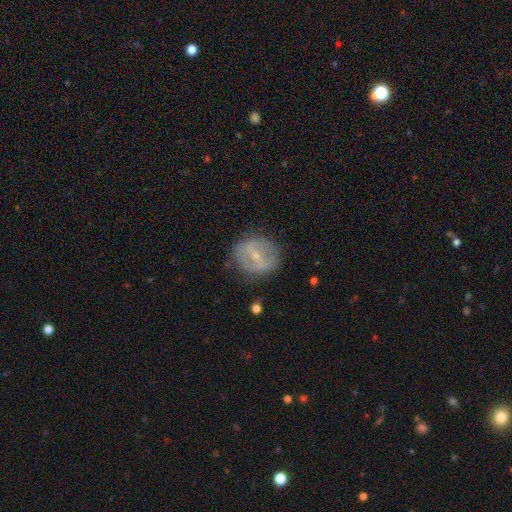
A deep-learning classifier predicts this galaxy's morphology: Smooth or featured? featured or disk (59%)
Edge-on disk? no (93%)
Bar? weak (40%)
Spiral arms? no (68%)
Bulge size? small (65%)
Merging? none (75%)